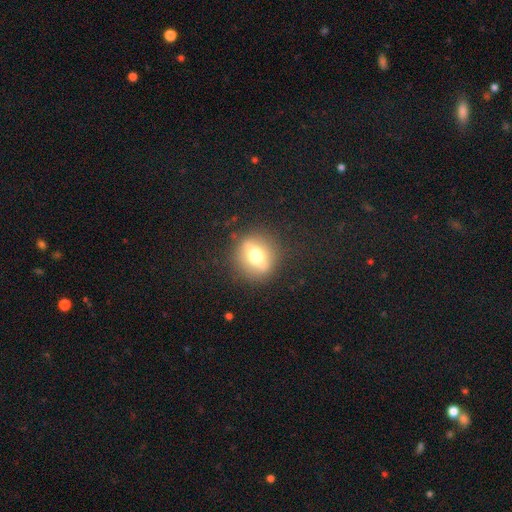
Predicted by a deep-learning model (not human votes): A featured or disk galaxy (55%) viewed edge-on (61%). Merging: none (85%).